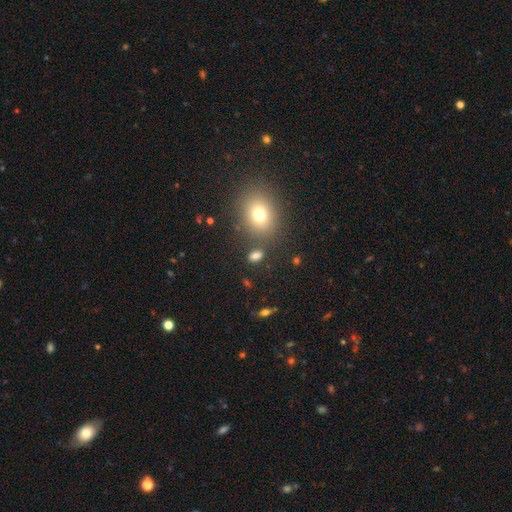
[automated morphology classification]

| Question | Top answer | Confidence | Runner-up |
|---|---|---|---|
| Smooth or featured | smooth | 77% | star or artifact (16%) |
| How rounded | in between | 76% | round (20%) |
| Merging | none | 75% | minor disturbance (12%) |